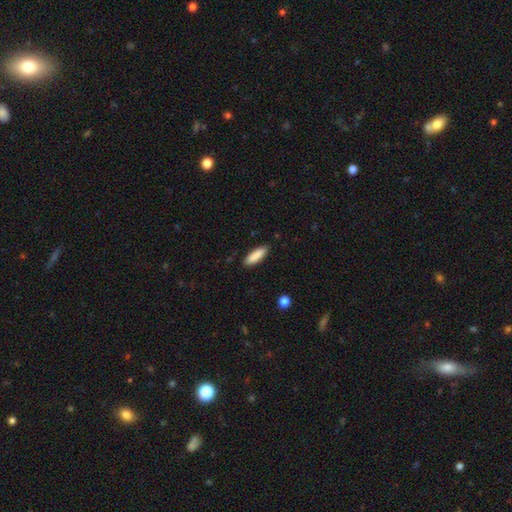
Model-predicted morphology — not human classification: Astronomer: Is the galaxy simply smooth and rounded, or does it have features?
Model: smooth — 88%.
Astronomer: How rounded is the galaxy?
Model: cigar-shaped — 56% (runner-up: in between, 43%).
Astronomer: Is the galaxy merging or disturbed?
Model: none — 88%.